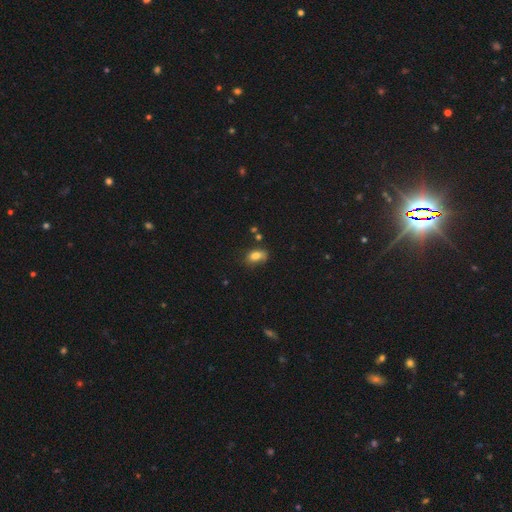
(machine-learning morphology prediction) A smooth galaxy with no disk features (80%) that is in between round and cigar-shaped (86%). Merging: none (57%).